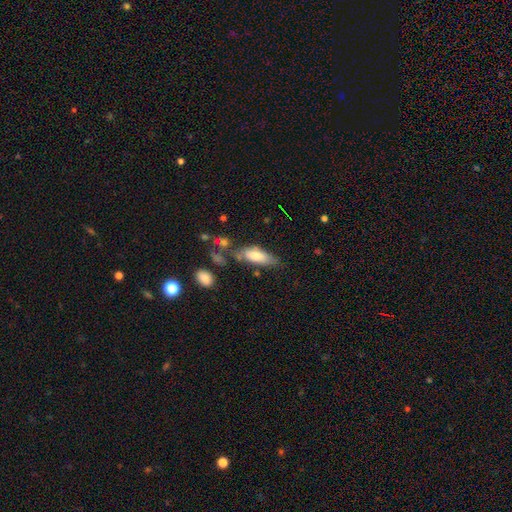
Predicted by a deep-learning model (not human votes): smooth 73%, featured or disk 20%, star or artifact 7%. Down the decision tree: how rounded — in between (70%); merging — none (54%).